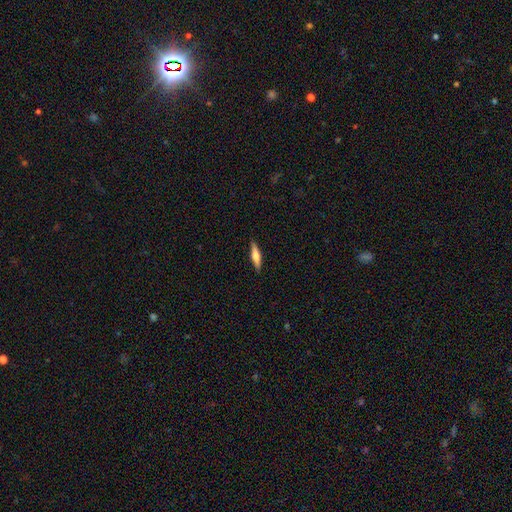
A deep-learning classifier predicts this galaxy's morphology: A smooth galaxy with no disk features (49%). Merging: none (89%).